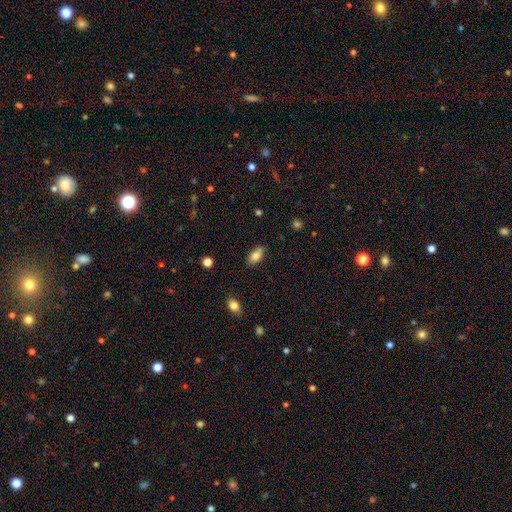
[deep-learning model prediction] smooth_or_featured: smooth (p=0.80) [alt: featured or disk p=0.12]
how_rounded: in between (p=0.88) [alt: cigar-shaped p=0.06]
merging: none (p=0.71) [alt: minor disturbance p=0.19]